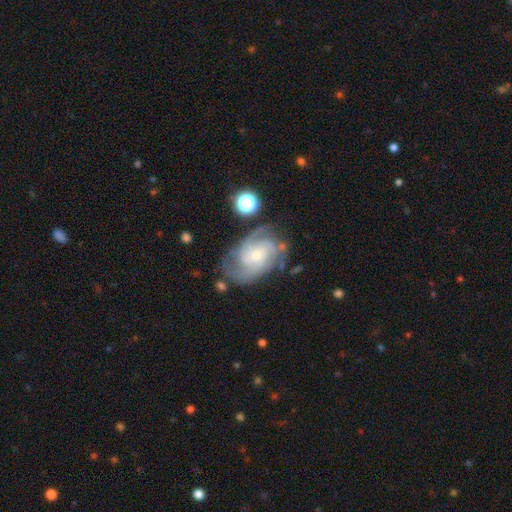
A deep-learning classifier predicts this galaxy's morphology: A featured or disk galaxy (86%) with no bar (65%), 3 (34%) tight (57%) spiral arms (97%) and a small central bulge (58%). Merging: none (67%).